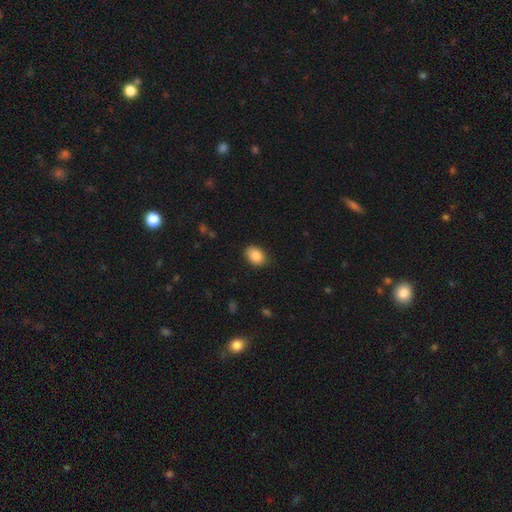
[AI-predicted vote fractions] smooth_or_featured: smooth (p=0.88) [alt: star or artifact p=0.08]
how_rounded: in between (p=0.81) [alt: round p=0.18]
merging: none (p=0.84) [alt: minor disturbance p=0.12]